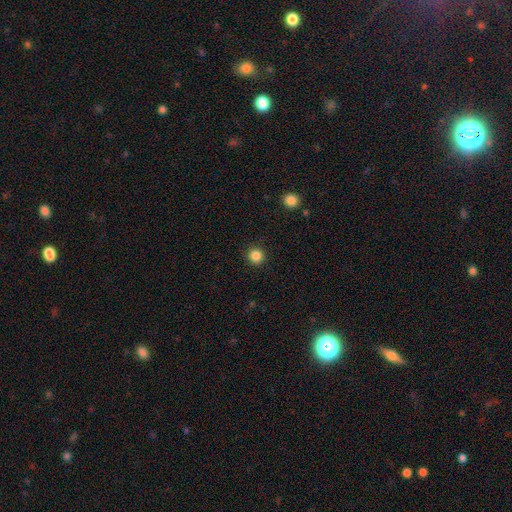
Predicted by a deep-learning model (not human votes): smooth-or-featured: smooth: 85% | star or artifact: 11% | featured or disk: 3%
  how-rounded: round: 95% | in between: 4% | cigar-shaped: 1%
  merging: none: 92% | minor disturbance: 5% | major disturbance: 2% | merger: 1%